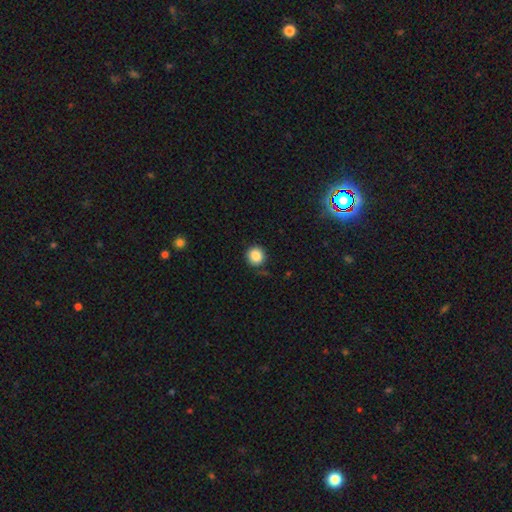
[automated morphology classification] A smooth galaxy with no disk features (86%) that is round (90%). Merging: none (84%).